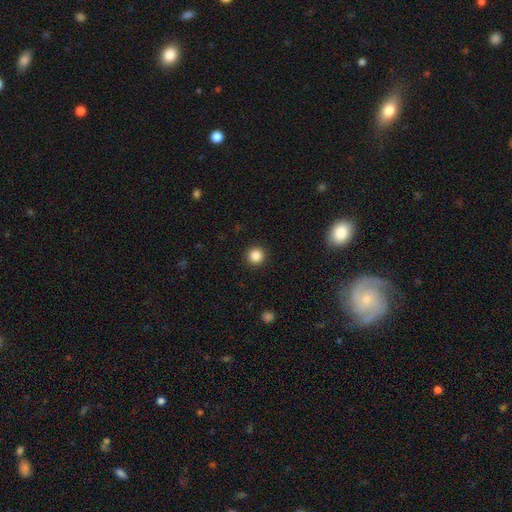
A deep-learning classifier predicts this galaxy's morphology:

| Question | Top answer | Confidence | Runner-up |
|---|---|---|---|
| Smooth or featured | smooth | 86% | star or artifact (11%) |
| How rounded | round | 95% | in between (4%) |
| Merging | none | 93% | minor disturbance (5%) |